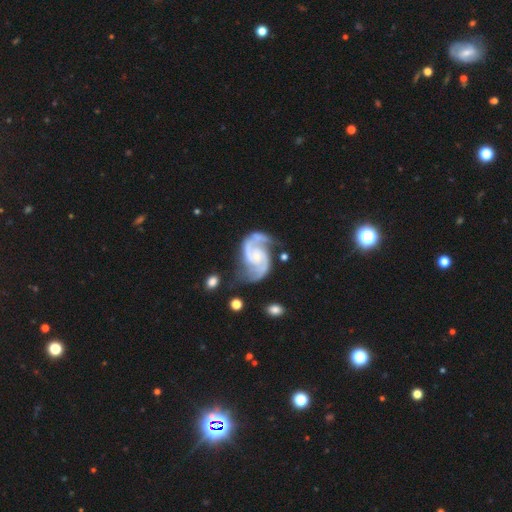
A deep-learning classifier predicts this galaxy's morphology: Smooth or featured? Predicted: featured or disk (p=0.93). Edge-on disk? Predicted: no (p=0.98). Bar? Predicted: no (p=0.58). Spiral arms? Predicted: yes (p=0.98). Spiral winding? Predicted: medium (p=0.59). Spiral arm count? Predicted: 2 (p=0.93). Bulge size? Predicted: small (p=0.65). Merging? Predicted: none (p=0.65).